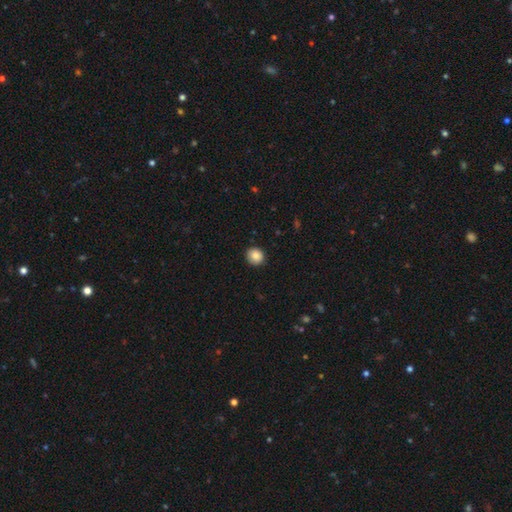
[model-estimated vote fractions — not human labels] smooth-or-featured: smooth: 86% | star or artifact: 9% | featured or disk: 5%
  how-rounded: round: 89% | in between: 10% | cigar-shaped: 1%
  merging: none: 90% | minor disturbance: 7% | major disturbance: 2% | merger: 1%